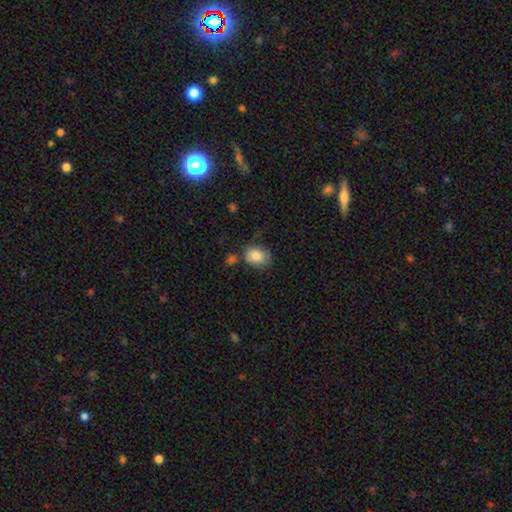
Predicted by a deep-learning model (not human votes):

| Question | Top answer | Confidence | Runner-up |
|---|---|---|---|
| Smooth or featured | smooth | 84% | star or artifact (8%) |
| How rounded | in between | 65% | round (34%) |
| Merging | none | 62% | minor disturbance (23%) |